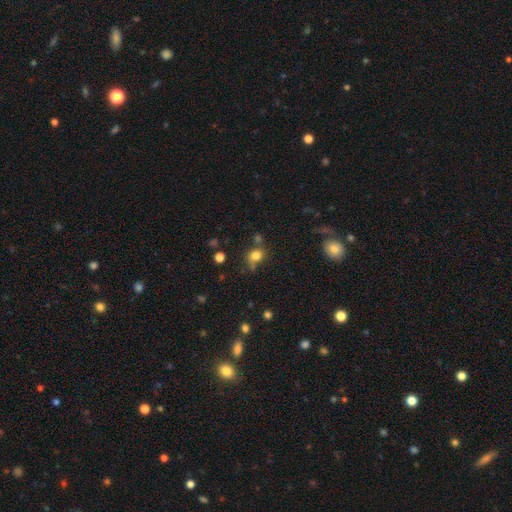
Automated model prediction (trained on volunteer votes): The model was most divided on "how rounded": round: 69%, in between: 30%, cigar-shaped: 1%. More confident: smooth or featured — smooth (80%); merging — none (62%).